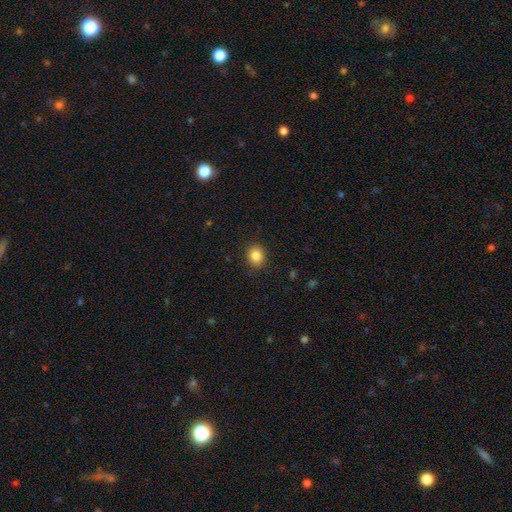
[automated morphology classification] This appears to be a smooth galaxy with no disk features (85%) that is round (61%). Merging: none (89%).